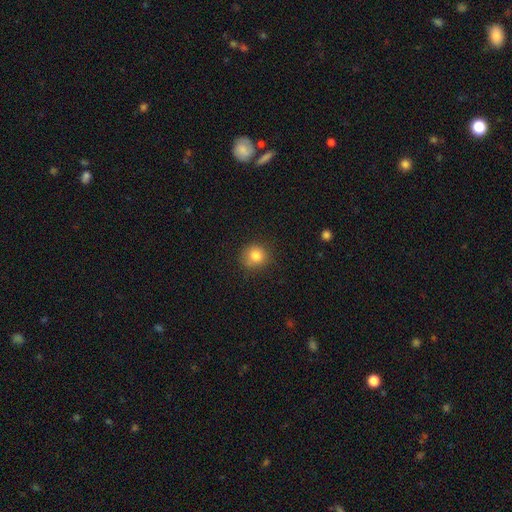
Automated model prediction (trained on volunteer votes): A smooth galaxy with no disk features (82%) that is round (86%). Merging: none (79%).